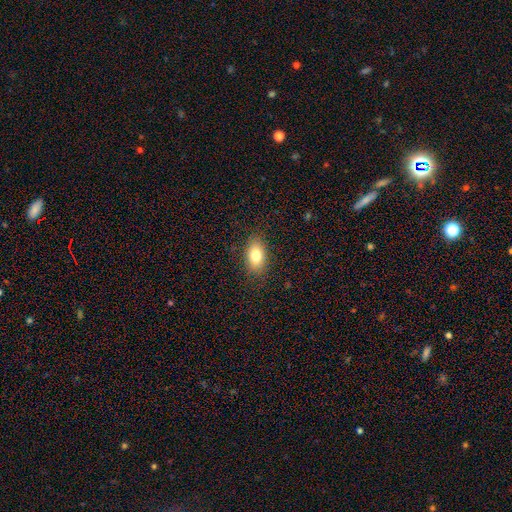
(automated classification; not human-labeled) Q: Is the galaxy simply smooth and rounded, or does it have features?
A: smooth — 80%.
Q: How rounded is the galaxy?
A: in between — 89%.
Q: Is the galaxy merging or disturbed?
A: none — 86%.